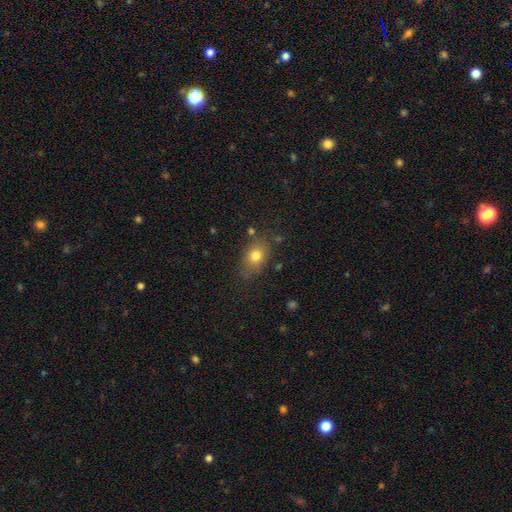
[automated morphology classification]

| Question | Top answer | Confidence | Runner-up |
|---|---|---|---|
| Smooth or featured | smooth | 77% | featured or disk (12%) |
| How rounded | in between | 68% | round (30%) |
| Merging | none | 73% | minor disturbance (18%) |